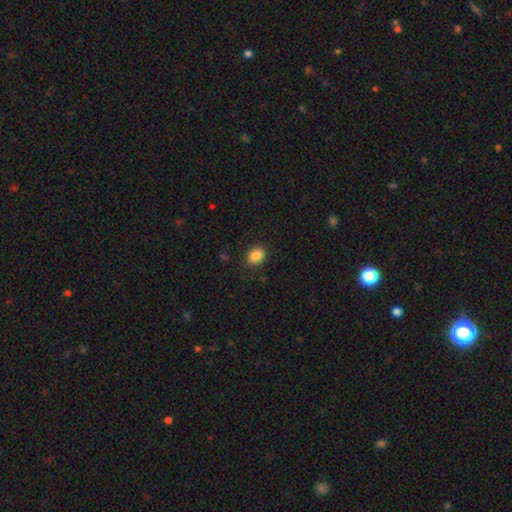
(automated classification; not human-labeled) smooth-or-featured: smooth: 86% | star or artifact: 9% | featured or disk: 5%
  how-rounded: round: 51% | in between: 48% | cigar-shaped: 1%
  merging: none: 86% | minor disturbance: 10% | major disturbance: 3% | merger: 1%